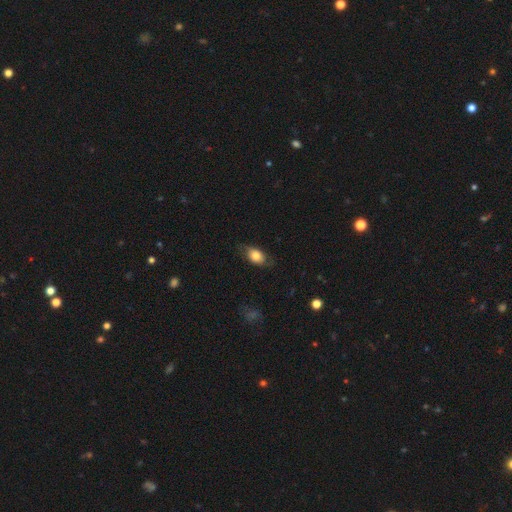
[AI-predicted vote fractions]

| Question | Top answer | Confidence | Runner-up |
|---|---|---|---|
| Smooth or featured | smooth | 74% | featured or disk (19%) |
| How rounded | in between | 82% | round (15%) |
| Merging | none | 70% | minor disturbance (22%) |